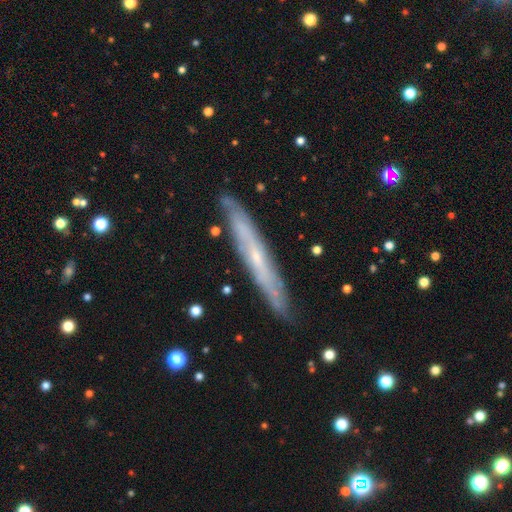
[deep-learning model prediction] A featured or disk galaxy (69%) viewed edge-on (80%) with no central bulge (53%).

Vote fractions:
- Smooth or featured? featured or disk: 69% / smooth: 25% / star or artifact: 6%
- Edge-on disk? yes: 80% / no: 20%
- Edge-on bulge? none: 53% / rounded: 45% / boxy: 2%
- Merging? none: 87% / minor disturbance: 10% / major disturbance: 2% / merger: 1%